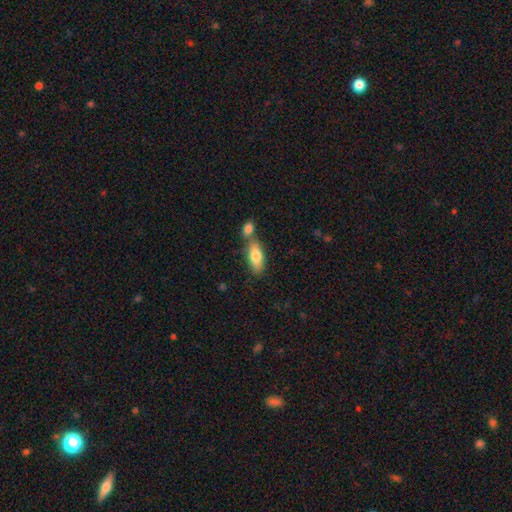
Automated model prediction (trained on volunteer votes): A smooth galaxy with no disk features (78%) that is in between round and cigar-shaped (80%). Merging: none (50%).